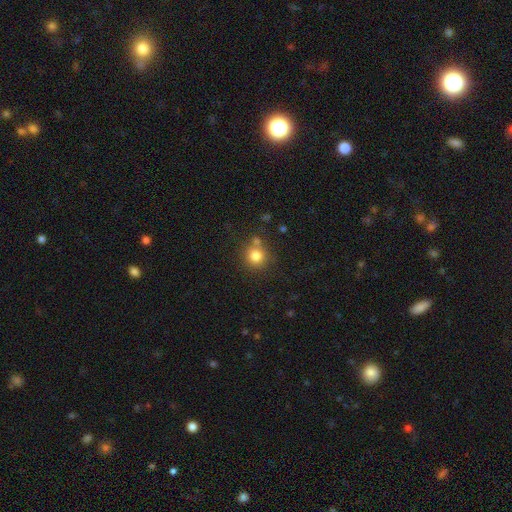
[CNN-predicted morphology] A smooth galaxy with no disk features (80%) that is round (91%). Merging: none (71%).